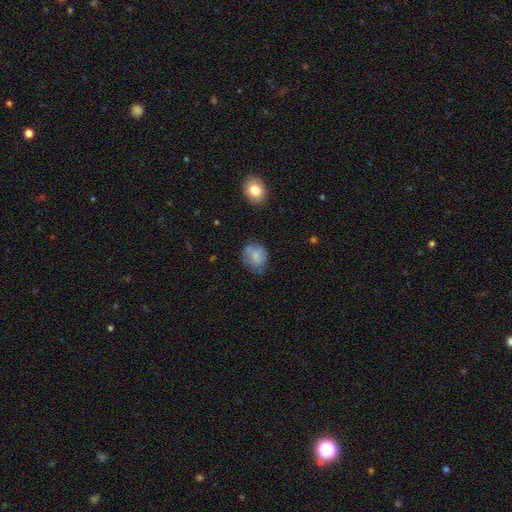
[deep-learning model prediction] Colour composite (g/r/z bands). It shows a smooth galaxy with no disk features (71%) that is round (50%). Merging: none (58%).